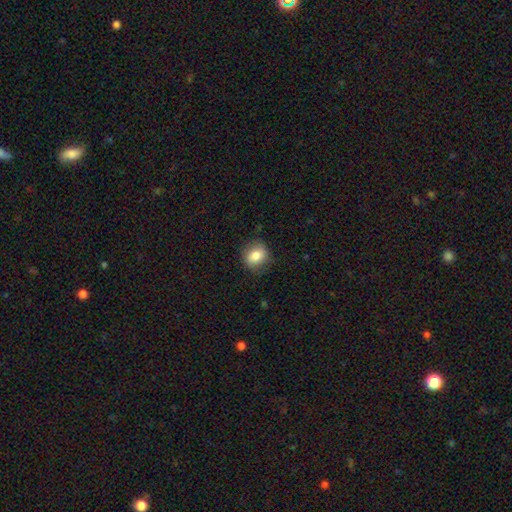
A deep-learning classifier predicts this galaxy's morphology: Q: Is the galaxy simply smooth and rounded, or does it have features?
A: smooth — 81%.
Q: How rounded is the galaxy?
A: round — 61%.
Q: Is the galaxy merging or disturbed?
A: none — 80%.